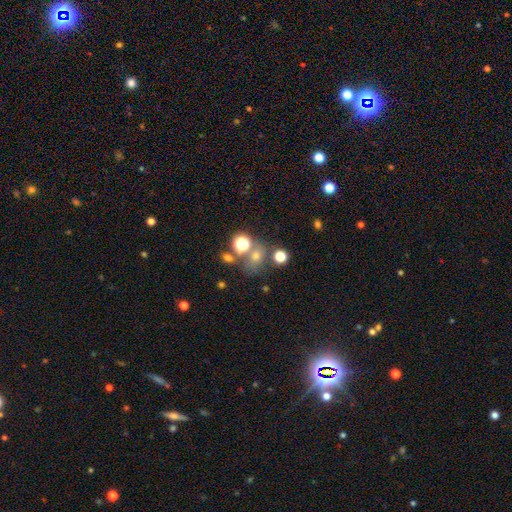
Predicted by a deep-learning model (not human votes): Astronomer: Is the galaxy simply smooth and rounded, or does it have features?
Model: smooth — 55% (runner-up: star or artifact, 32%).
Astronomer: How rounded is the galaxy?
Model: round — 72%.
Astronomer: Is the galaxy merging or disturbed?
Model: none — 59%.